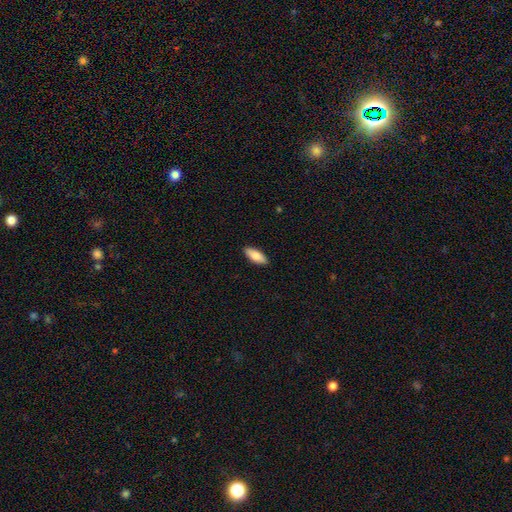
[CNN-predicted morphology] Smooth or featured: smooth — 82% (featured or disk — 12%)
How rounded: in between — 77% (cigar-shaped — 21%)
Merging: none — 90% (minor disturbance — 7%)